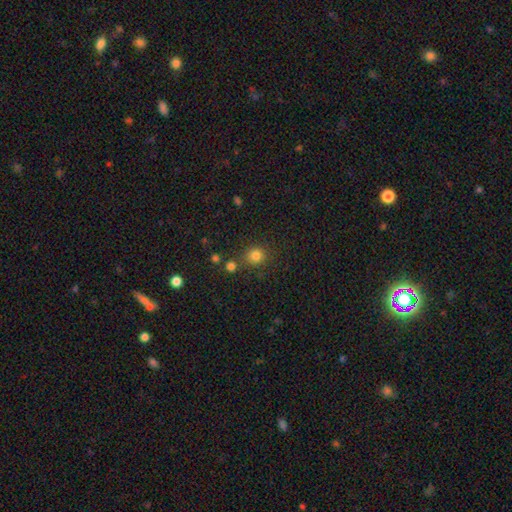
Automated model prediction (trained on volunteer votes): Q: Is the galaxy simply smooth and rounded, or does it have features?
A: smooth — 80%.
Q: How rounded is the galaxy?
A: round — 89%.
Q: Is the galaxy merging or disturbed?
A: none — 77%.